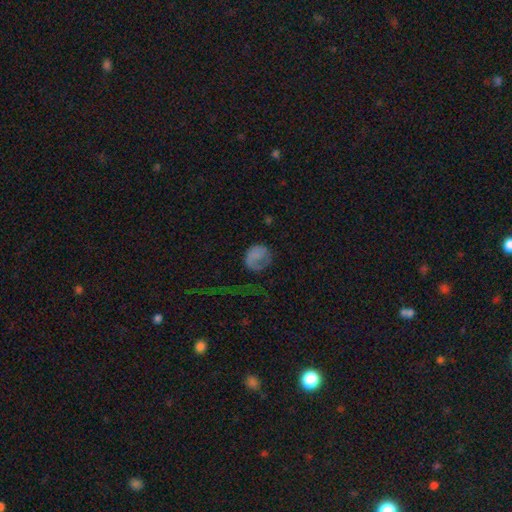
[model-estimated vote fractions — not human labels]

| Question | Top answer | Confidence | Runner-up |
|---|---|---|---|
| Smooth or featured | smooth | 58% | featured or disk (31%) |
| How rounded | round | 76% | in between (23%) |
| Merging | none | 44% | major disturbance (32%) |